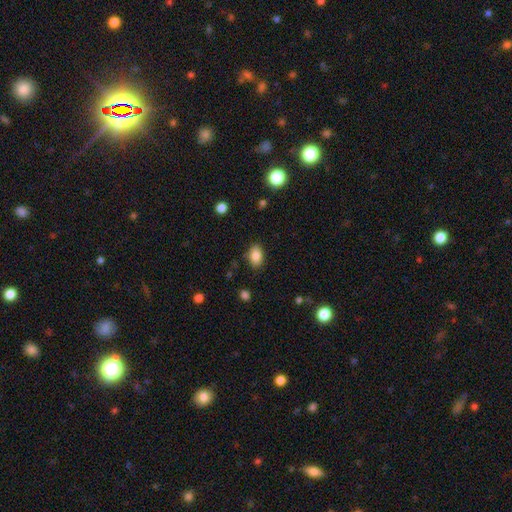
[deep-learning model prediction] smooth_or_featured: smooth (p=0.85) [alt: star or artifact p=0.09]
how_rounded: in between (p=0.85) [alt: round p=0.14]
merging: none (p=0.86) [alt: minor disturbance p=0.10]